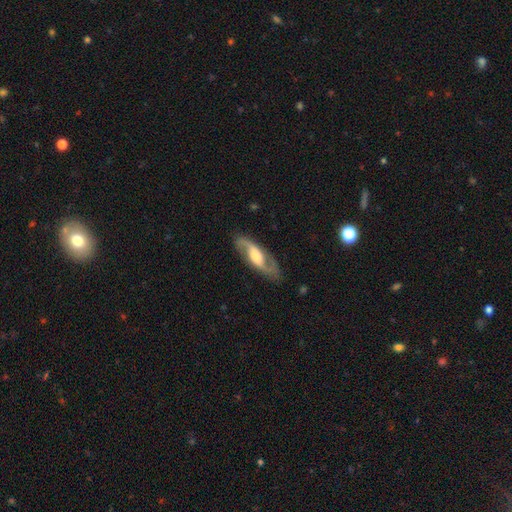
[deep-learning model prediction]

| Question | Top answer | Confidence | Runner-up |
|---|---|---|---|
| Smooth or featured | featured or disk | 85% | smooth (11%) |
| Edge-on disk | no | 90% | yes (10%) |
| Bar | weak | 43% | no (34%) |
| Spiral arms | yes | 95% | no (5%) |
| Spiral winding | medium | 46% | loose (41%) |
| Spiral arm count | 2 | 93% | can't tell (3%) |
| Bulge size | moderate | 54% | large (29%) |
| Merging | none | 83% | minor disturbance (12%) |